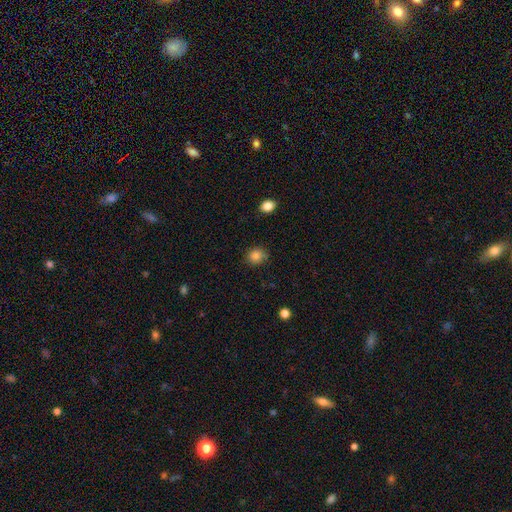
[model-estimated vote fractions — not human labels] Q: Smooth or featured?
A: smooth (84%); runner-up: star or artifact (11%)
Q: How rounded?
A: round (79%); runner-up: in between (20%)
Q: Merging?
A: none (78%); runner-up: minor disturbance (17%)